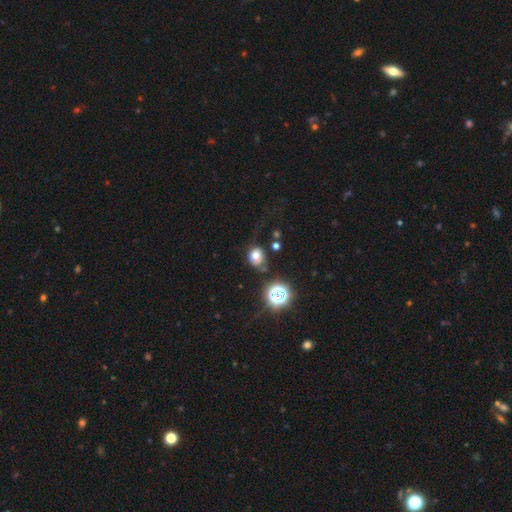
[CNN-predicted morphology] Overall: smooth (70%). How rounded: round (65%; in between 34%). Merging: none (48%; minor disturbance 26%).